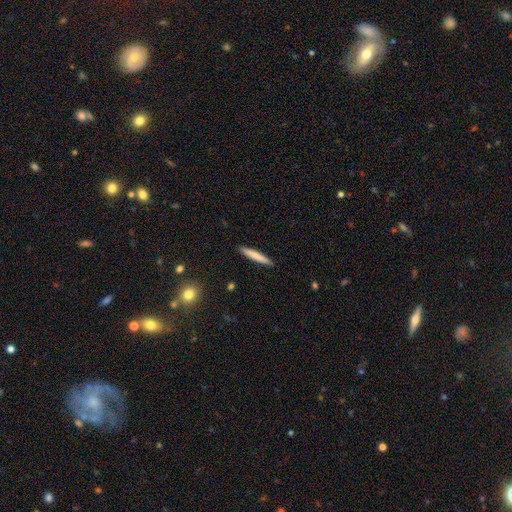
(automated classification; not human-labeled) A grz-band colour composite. It shows a smooth galaxy with no disk features (74%) that is cigar-shaped (95%). Merging: none (91%).